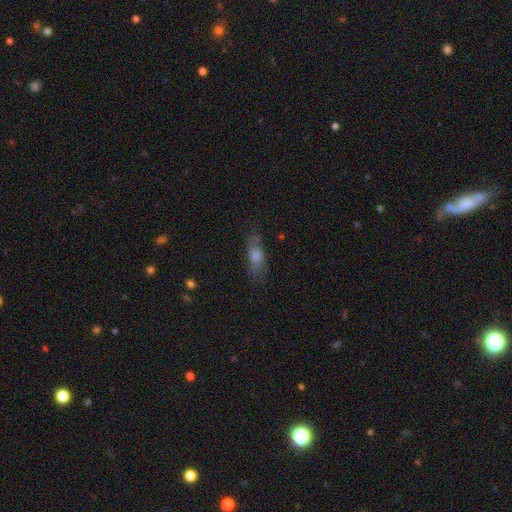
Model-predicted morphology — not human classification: Overall: smooth (68%). How rounded: in between (58%; cigar-shaped 38%). Merging: none (69%).